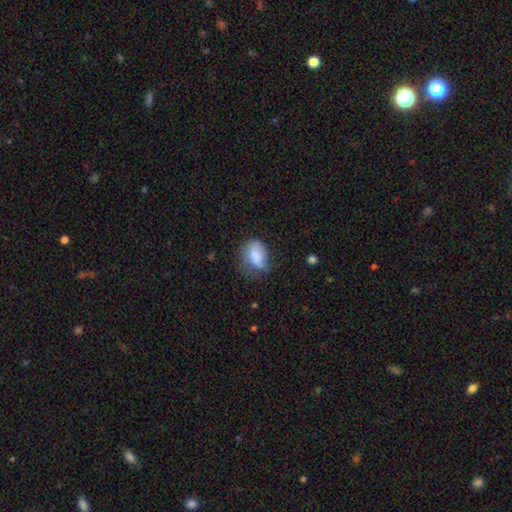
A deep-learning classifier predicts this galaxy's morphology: smooth 74%, featured or disk 18%, star or artifact 8%. Down the decision tree: how rounded — in between (80%); merging — minor disturbance (37%).